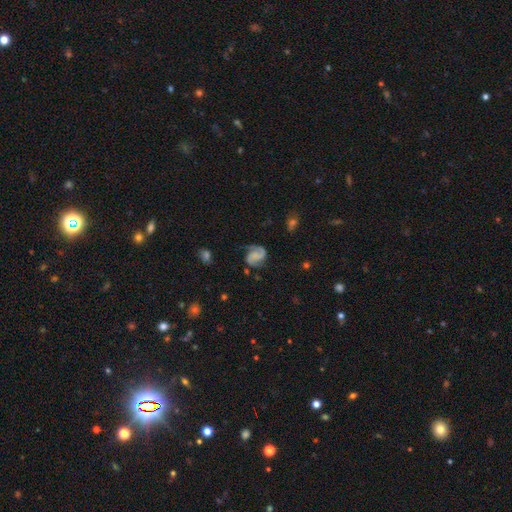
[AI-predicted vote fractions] This is clearly a featured or disk galaxy (84%). It is clearly not viewed edge-on (98%). Bar: possibly no (57%). Spiral arm pattern: clearly yes (97%). Spiral arm count: clearly 2 (88%). Spiral winding: possibly medium (50%). Central bulge: possibly none (57%). Merging: likely none (72%).